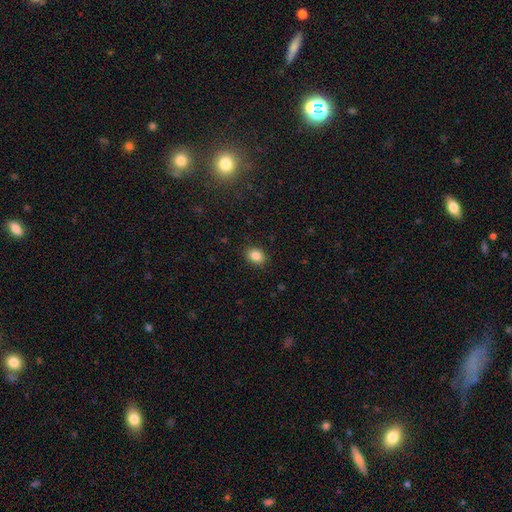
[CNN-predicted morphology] A smooth galaxy with no disk features (86%) that is in between round and cigar-shaped (66%).

Vote fractions:
- Smooth or featured? smooth: 86% / star or artifact: 9% / featured or disk: 5%
- How rounded? in between: 66% / round: 33% / cigar-shaped: 1%
- Merging? none: 88% / minor disturbance: 9% / major disturbance: 2% / merger: 1%